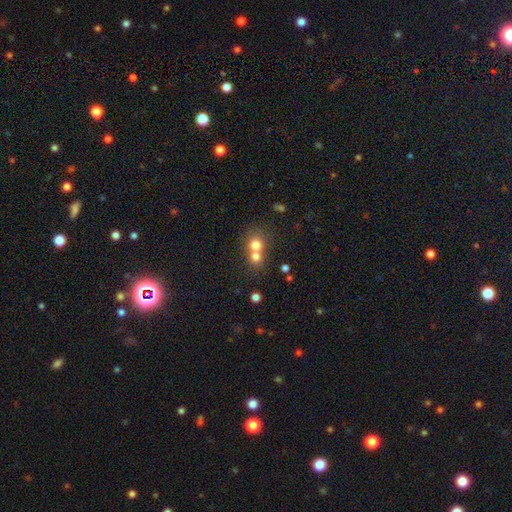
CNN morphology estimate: Overall: smooth (73%). How rounded: round (80%). Merging: merger (63%; none 29%).